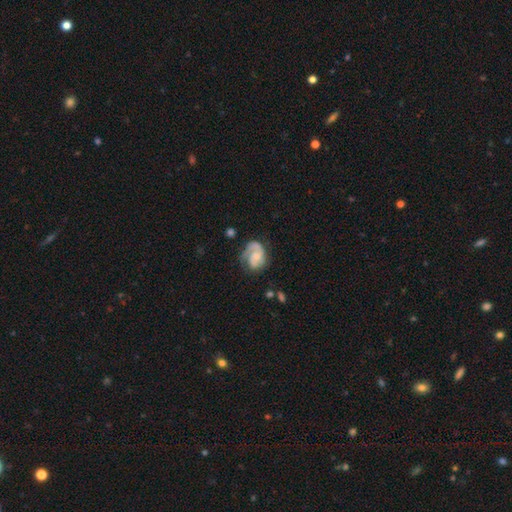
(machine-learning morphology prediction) Overall: featured or disk (75%). Edge-on disk: no (98%). Bar: no (62%; weak 32%). Spiral arms: yes (94%). Spiral arm count: 2 (52%; 1 34%). Spiral winding: tight (42%; medium 41%). Bulge size: small (40%; none 28%). Merging: none (56%; minor disturbance 24%).